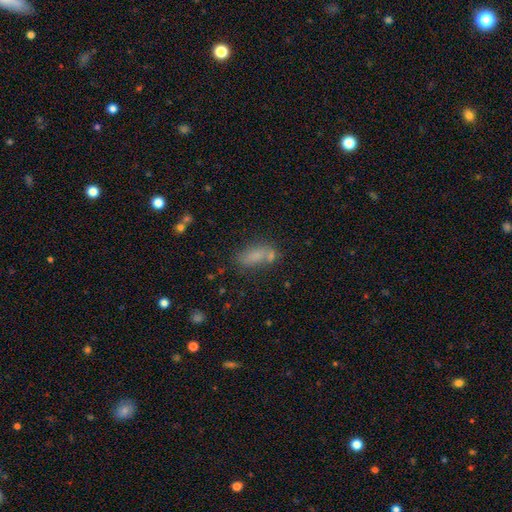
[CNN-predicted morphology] smooth-or-featured: smooth: 74% | star or artifact: 13% | featured or disk: 12%
  how-rounded: in between: 78% | cigar-shaped: 18% | round: 5%
  merging: none: 54% | merger: 21% | minor disturbance: 17% | major disturbance: 8%